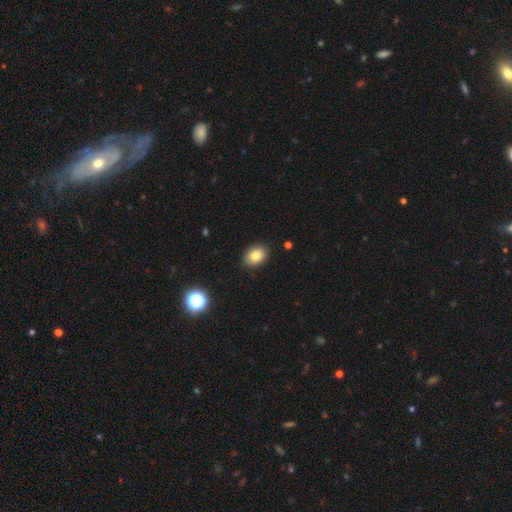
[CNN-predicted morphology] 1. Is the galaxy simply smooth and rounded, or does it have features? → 83% smooth, 10% star or artifact, 8% featured or disk.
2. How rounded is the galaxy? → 71% in between, 28% round, 1% cigar-shaped.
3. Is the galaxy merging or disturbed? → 89% none, 8% minor disturbance, 2% major disturbance, 1% merger.